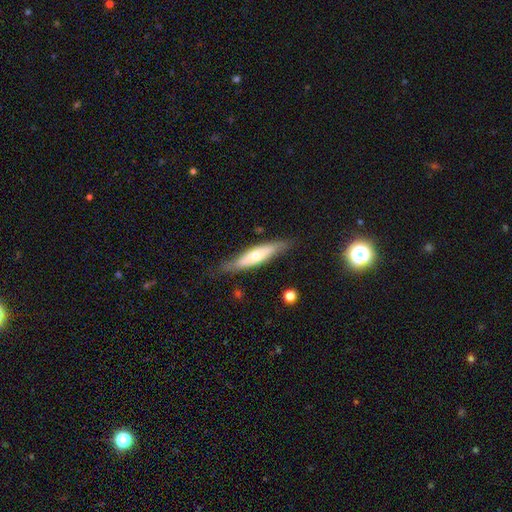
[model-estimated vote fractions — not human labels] This appears to be a smooth galaxy with no disk features (51%) that is cigar-shaped (72%). Merging: none (75%).